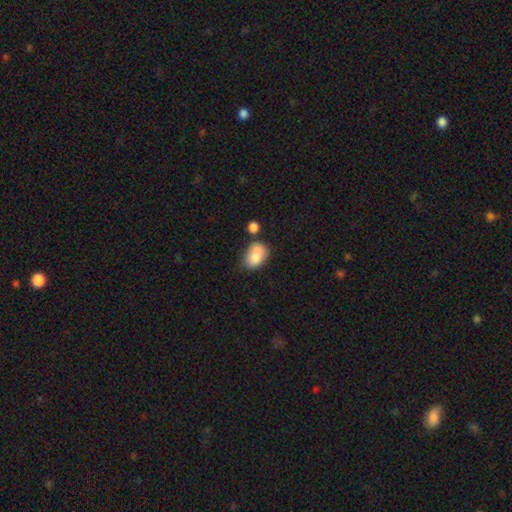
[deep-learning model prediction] The model was most divided on "merging": none: 45%, minor disturbance: 27%, merger: 20%, major disturbance: 8%. More confident: how rounded — in between (82%); smooth or featured — smooth (81%).